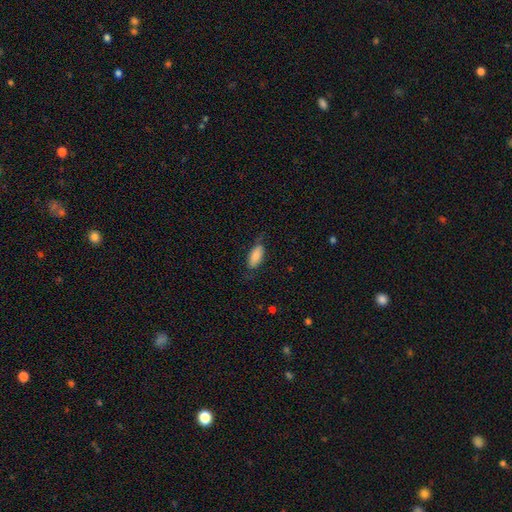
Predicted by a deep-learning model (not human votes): This appears to be a smooth galaxy with no disk features (85%) that is in between round and cigar-shaped (86%). Merging: none (71%).